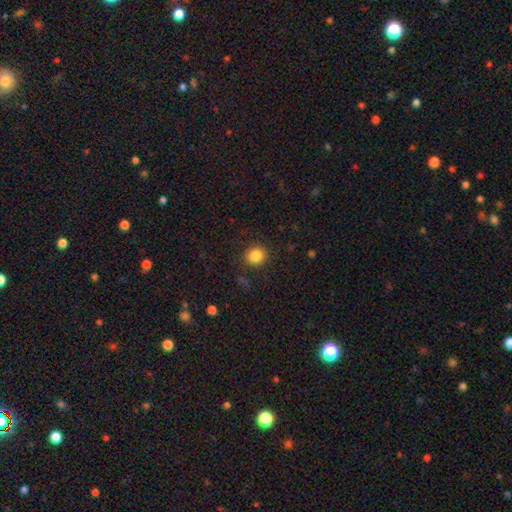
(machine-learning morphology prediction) This is clearly a smooth galaxy (85%). How rounded: clearly round (84%). Merging: clearly none (88%).